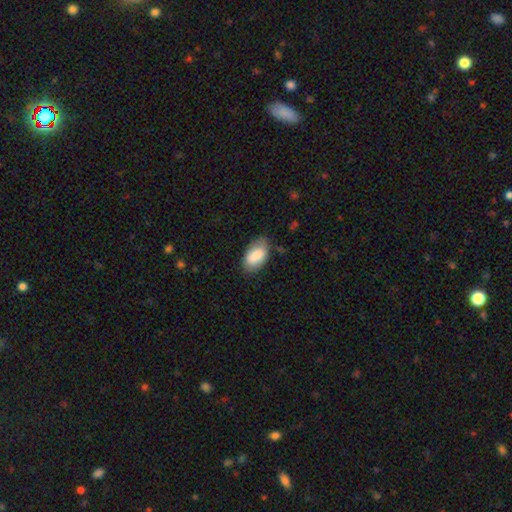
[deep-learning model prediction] Q: Smooth or featured?
A: smooth (81%); runner-up: featured or disk (12%)
Q: How rounded?
A: in between (94%); runner-up: round (4%)
Q: Merging?
A: none (75%); runner-up: minor disturbance (19%)